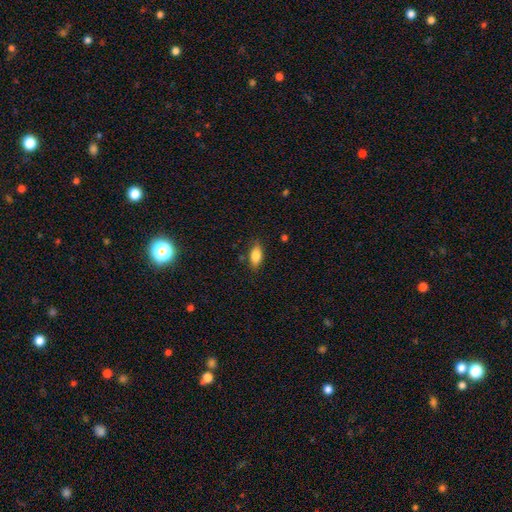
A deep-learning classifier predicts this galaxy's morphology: This is clearly a smooth galaxy (84%). How rounded: clearly in between (87%). Merging: clearly none (83%).